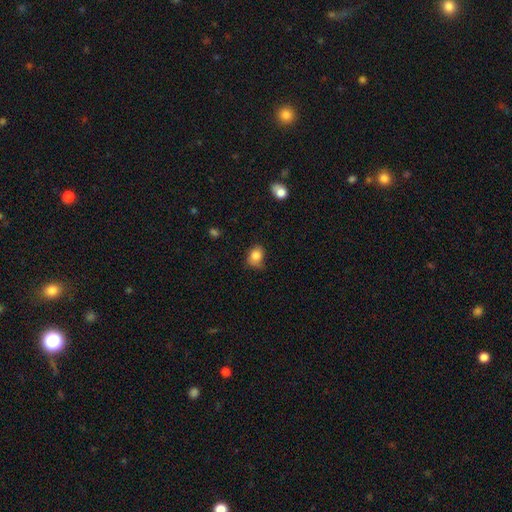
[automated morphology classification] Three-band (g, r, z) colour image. It shows a smooth galaxy with no disk features (84%) that is in between round and cigar-shaped (56%). Merging: none (57%).